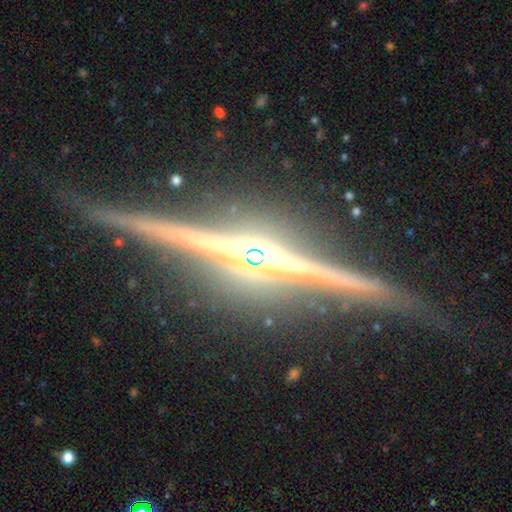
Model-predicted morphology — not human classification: This appears to be a featured or disk galaxy (91%) viewed edge-on (98%) with a rounded central bulge (79%). Merging: none (88%).